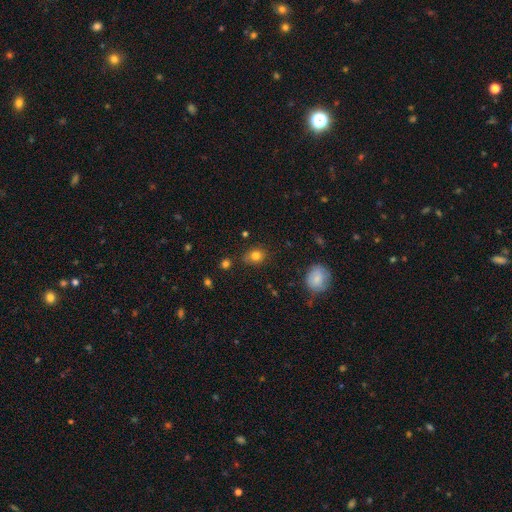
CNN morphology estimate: Q: Smooth or featured?
A: smooth (80%); runner-up: star or artifact (13%)
Q: How rounded?
A: round (60%); runner-up: in between (39%)
Q: Merging?
A: none (74%); runner-up: minor disturbance (19%)